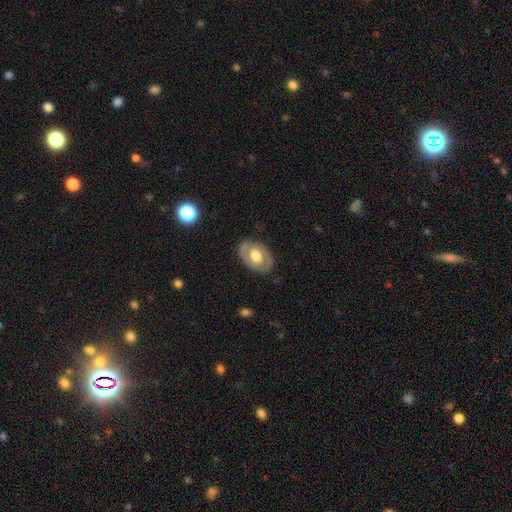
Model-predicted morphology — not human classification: smooth-or-featured: featured or disk: 53% | smooth: 42% | star or artifact: 6%
  disk-edge-on: no: 92% | yes: 8%
  merging: none: 79% | minor disturbance: 15% | major disturbance: 5% | merger: 1%